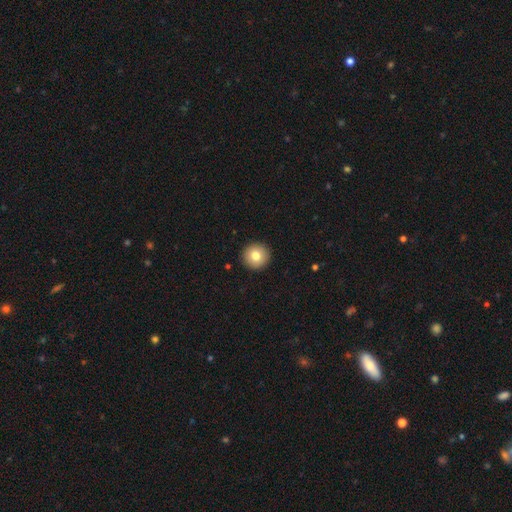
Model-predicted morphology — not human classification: The model was most divided on "smooth or featured": smooth: 79%, featured or disk: 12%, star or artifact: 9%. More confident: how rounded — round (95%); merging — none (93%).